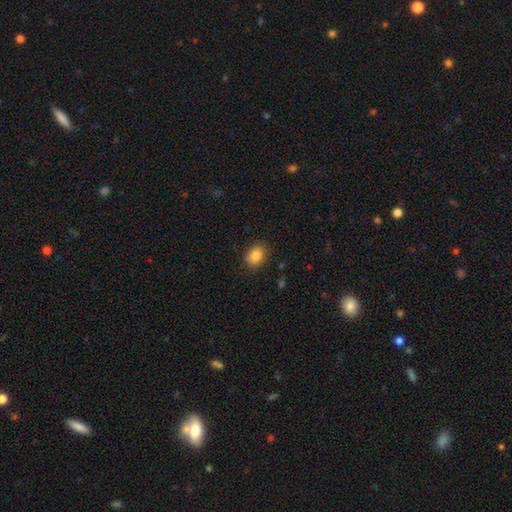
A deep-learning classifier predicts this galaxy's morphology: smooth_or_featured: smooth (p=0.85) [alt: star or artifact p=0.09]
how_rounded: in between (p=0.61) [alt: round p=0.38]
merging: none (p=0.81) [alt: minor disturbance p=0.14]